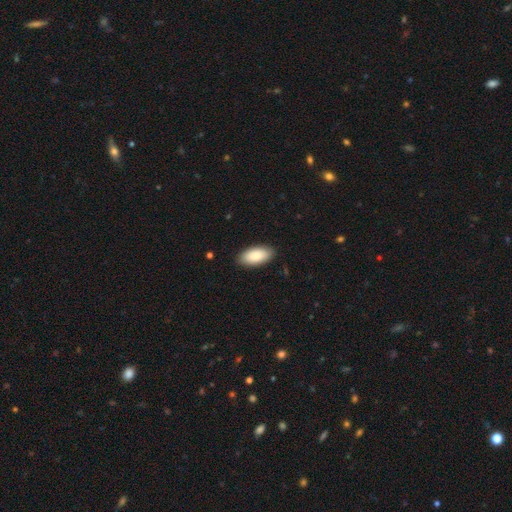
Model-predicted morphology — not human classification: Smooth or featured? Predicted: smooth (p=0.87). How rounded? Predicted: in between (p=0.93). Merging? Predicted: none (p=0.88).